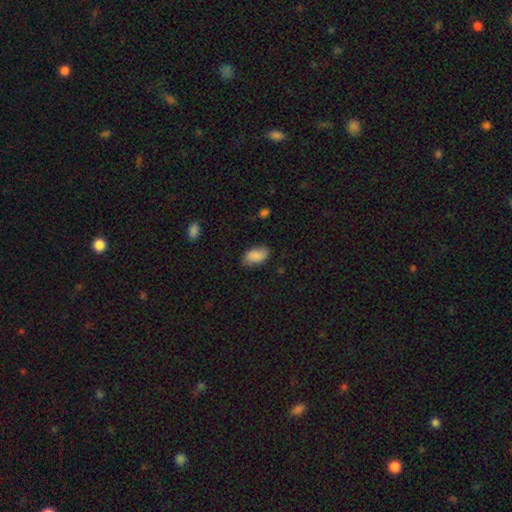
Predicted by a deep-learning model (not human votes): Smooth or featured: smooth — 83% (featured or disk — 10%)
How rounded: in between — 94% (round — 4%)
Merging: none — 74% (minor disturbance — 20%)